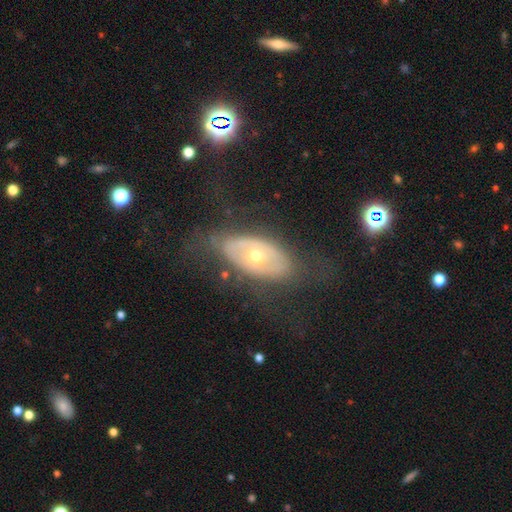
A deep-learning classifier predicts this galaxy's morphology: smooth_or_featured: featured or disk (p=0.62) [alt: smooth p=0.30]
disk_edge_on: no (p=0.85) [alt: yes p=0.15]
bar: no (p=0.86) [alt: weak p=0.09]
has_spiral_arms: no (p=0.78) [alt: yes p=0.22]
bulge_size: moderate (p=0.58) [alt: small p=0.37]
merging: none (p=0.65) [alt: minor disturbance p=0.17]